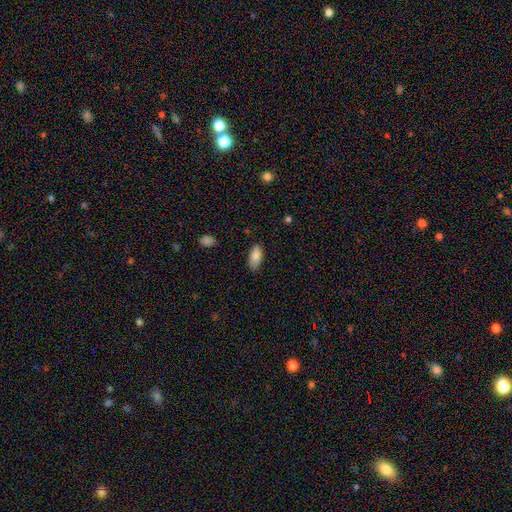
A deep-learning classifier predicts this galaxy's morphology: Smooth or featured?
  - smooth: 88% *
  - star or artifact: 7%
  - featured or disk: 5%
How rounded?
  - in between: 90% *
  - cigar-shaped: 8%
  - round: 2%
Merging?
  - none: 79% *
  - minor disturbance: 17%
  - major disturbance: 3%
  - merger: 1%